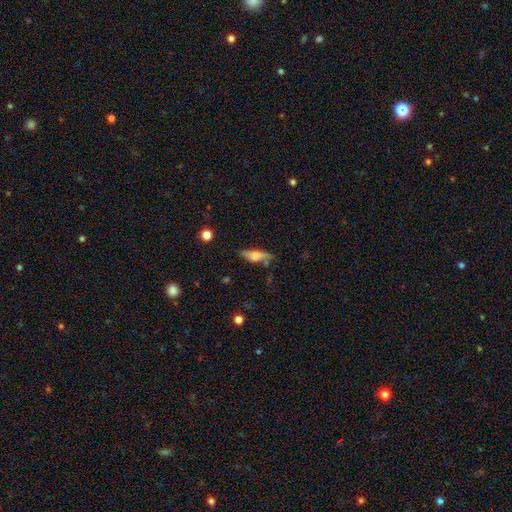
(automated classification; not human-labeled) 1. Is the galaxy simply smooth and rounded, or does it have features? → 61% smooth, 31% featured or disk, 8% star or artifact.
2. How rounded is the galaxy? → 53% in between, 44% cigar-shaped, 3% round.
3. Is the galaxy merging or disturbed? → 62% none, 24% minor disturbance, 8% major disturbance, 7% merger.